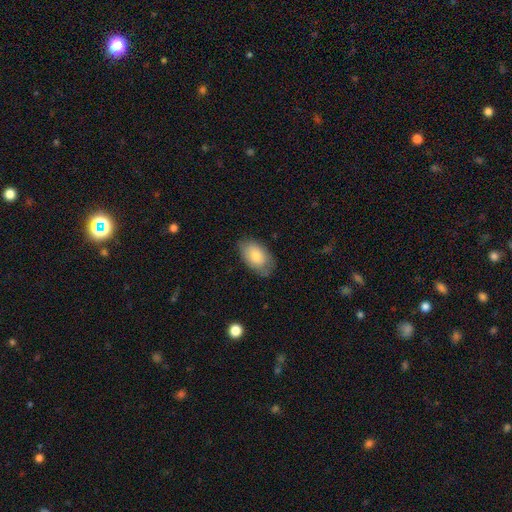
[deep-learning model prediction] smooth_or_featured: smooth (p=0.79) [alt: featured or disk p=0.14]
how_rounded: in between (p=0.93) [alt: round p=0.06]
merging: none (p=0.76) [alt: minor disturbance p=0.19]